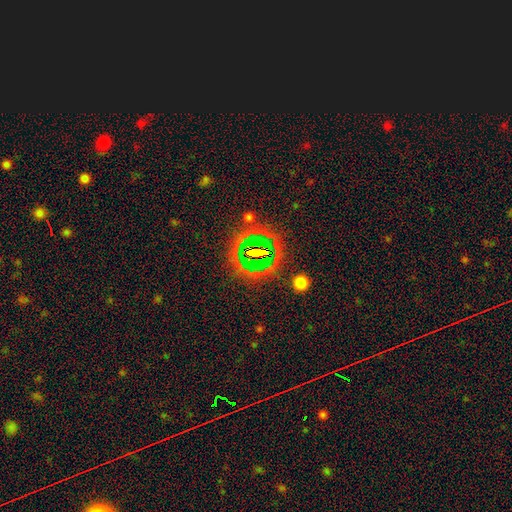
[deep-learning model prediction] Q: Smooth or featured?
A: star or artifact (67%); runner-up: smooth (20%)